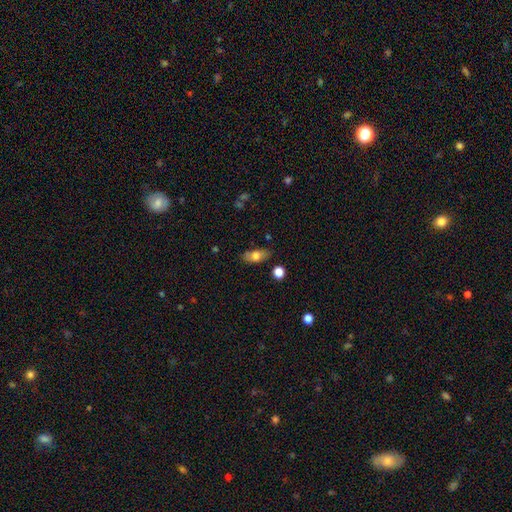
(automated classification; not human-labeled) Smooth or featured: smooth — 73% (featured or disk — 19%)
How rounded: in between — 84% (cigar-shaped — 10%)
Merging: none — 78% (minor disturbance — 16%)